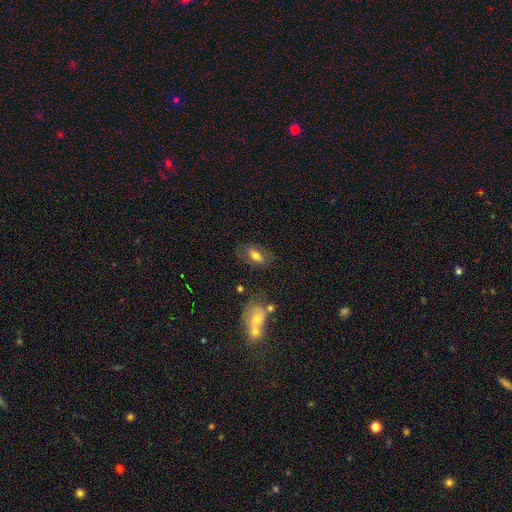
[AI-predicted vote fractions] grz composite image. It shows a smooth galaxy with no disk features (68%) that is in between round and cigar-shaped (87%). Merging: none (71%).